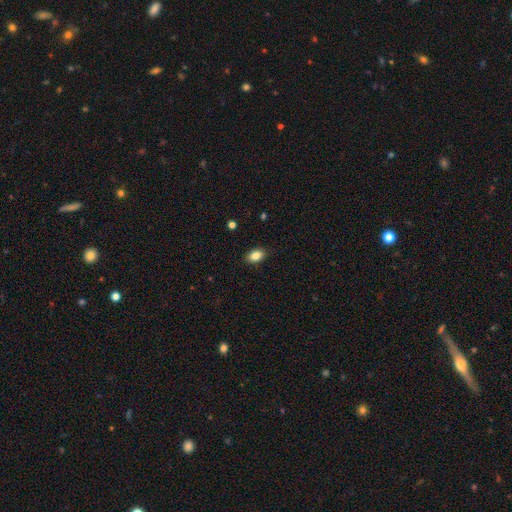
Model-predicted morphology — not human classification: Overall: smooth (85%). How rounded: in between (86%). Merging: none (87%).